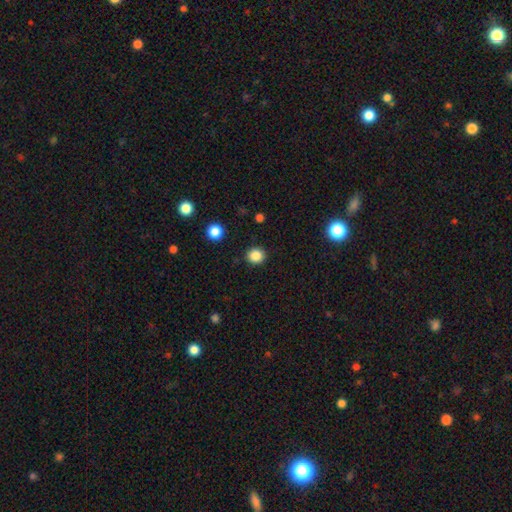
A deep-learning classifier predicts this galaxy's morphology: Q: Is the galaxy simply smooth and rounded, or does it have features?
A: smooth — 85%.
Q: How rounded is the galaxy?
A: round — 89%.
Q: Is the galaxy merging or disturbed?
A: none — 91%.